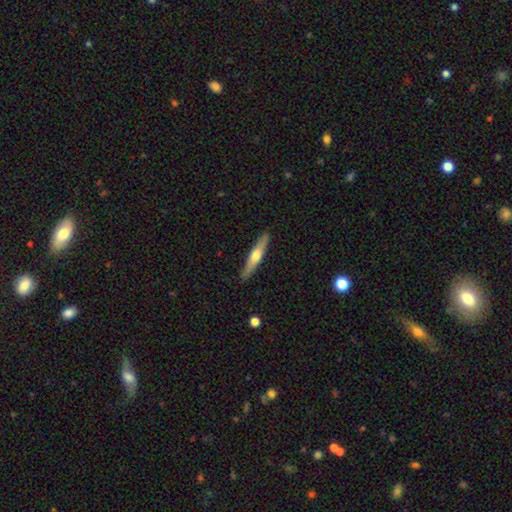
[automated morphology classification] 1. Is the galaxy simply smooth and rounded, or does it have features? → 54% featured or disk, 41% smooth, 5% star or artifact.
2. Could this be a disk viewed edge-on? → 95% yes, 5% no.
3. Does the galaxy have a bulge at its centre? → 87% rounded, 8% none, 5% boxy.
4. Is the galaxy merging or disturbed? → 90% none, 8% minor disturbance, 2% major disturbance, 1% merger.